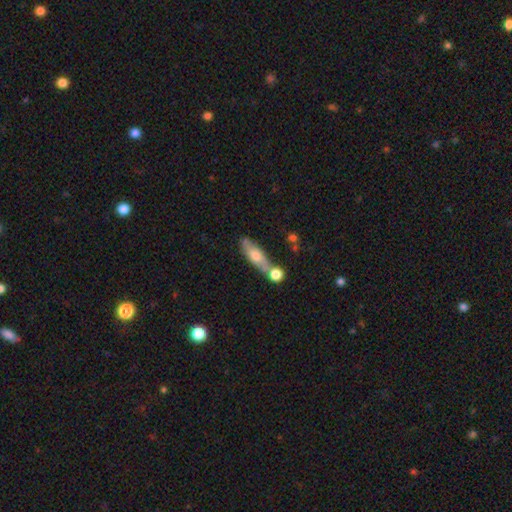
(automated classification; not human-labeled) smooth 54%, featured or disk 38%, star or artifact 7%. Down the decision tree: how rounded — cigar-shaped (49%); merging — none (53%).